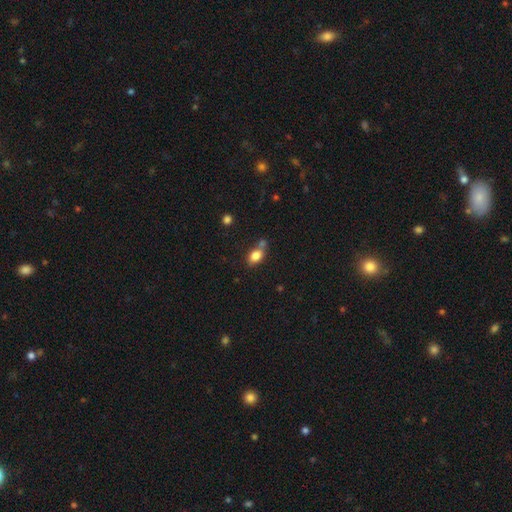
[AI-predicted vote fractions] This is clearly a smooth galaxy (81%). How rounded: likely in between (74%). Merging: possibly none (54%).